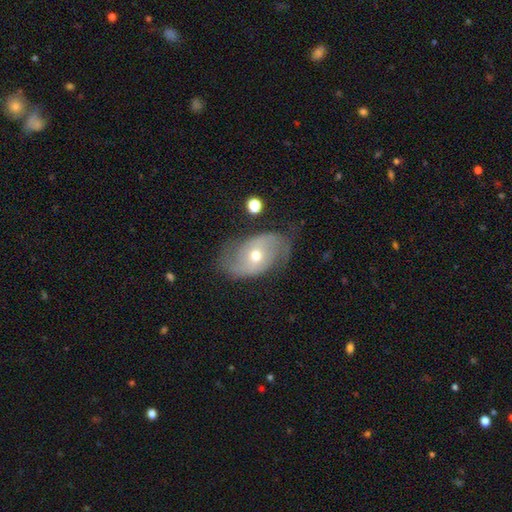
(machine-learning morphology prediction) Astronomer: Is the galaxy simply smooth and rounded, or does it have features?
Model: featured or disk — 79%.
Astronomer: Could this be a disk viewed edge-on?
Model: no — 96%.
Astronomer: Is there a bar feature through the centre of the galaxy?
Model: no — 62%.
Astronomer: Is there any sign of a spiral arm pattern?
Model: yes — 90%.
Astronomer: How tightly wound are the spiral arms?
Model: medium — 43% (runner-up: loose, 37%).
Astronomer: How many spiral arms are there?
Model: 2 — 89%.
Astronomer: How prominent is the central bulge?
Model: moderate — 57% (runner-up: small, 38%).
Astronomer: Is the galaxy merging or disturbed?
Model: none — 72%.